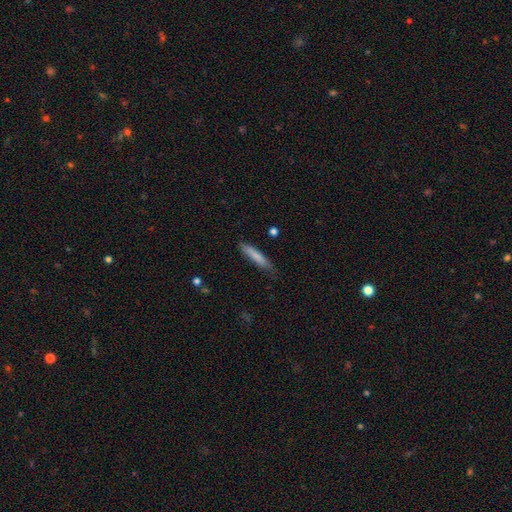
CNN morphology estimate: The model was most divided on "merging": none: 77%, minor disturbance: 19%, major disturbance: 3%, merger: 2%. More confident: how rounded — cigar-shaped (90%); smooth or featured — smooth (79%).